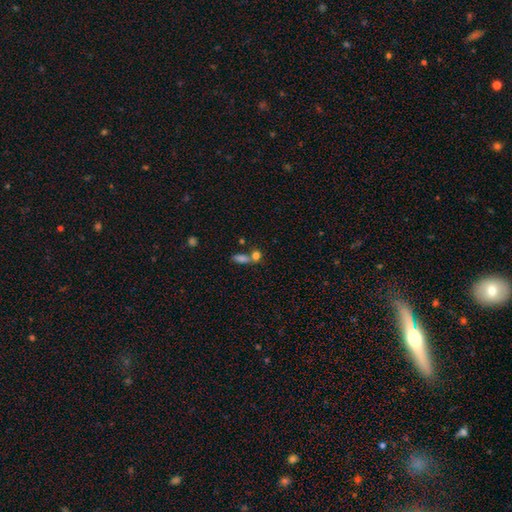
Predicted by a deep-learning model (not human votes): A smooth galaxy with no disk features (77%) that is round (48%). Merging: merger (45%).